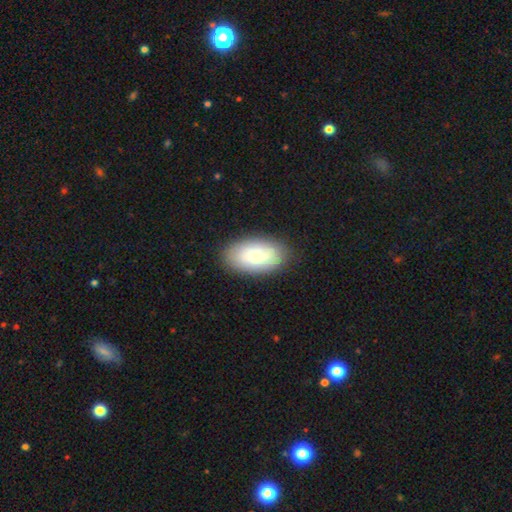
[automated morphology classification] Q: Smooth or featured?
A: smooth (71%); runner-up: featured or disk (21%)
Q: How rounded?
A: in between (94%); runner-up: round (4%)
Q: Merging?
A: none (85%); runner-up: minor disturbance (11%)